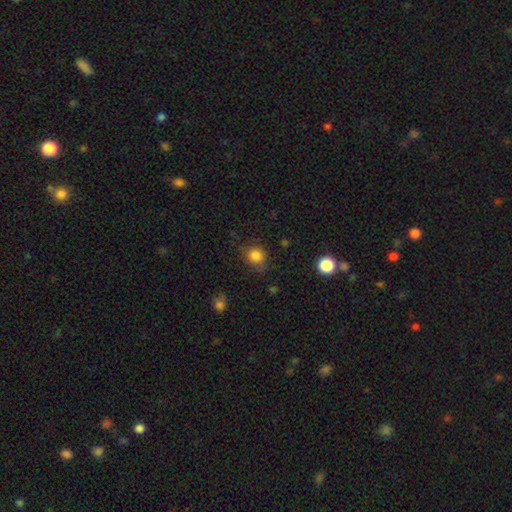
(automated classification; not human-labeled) Q: Smooth or featured?
A: smooth (84%); runner-up: star or artifact (11%)
Q: How rounded?
A: round (78%); runner-up: in between (21%)
Q: Merging?
A: none (73%); runner-up: minor disturbance (20%)